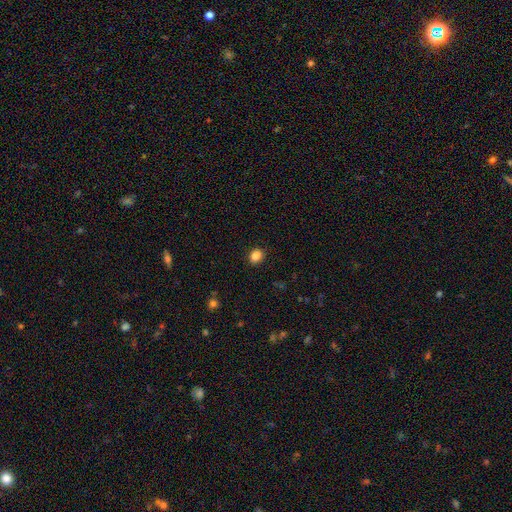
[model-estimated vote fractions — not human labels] This is clearly a smooth galaxy (86%). How rounded: possibly in between (54%). Merging: clearly none (89%).